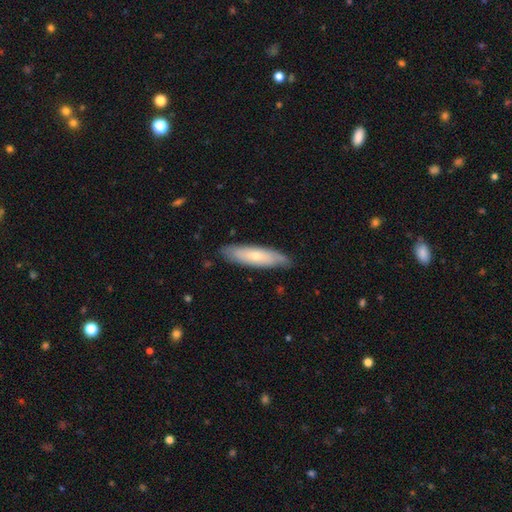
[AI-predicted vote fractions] Smooth or featured? Predicted: smooth (p=0.57). How rounded? Predicted: cigar-shaped (p=0.69). Merging? Predicted: none (p=0.82).